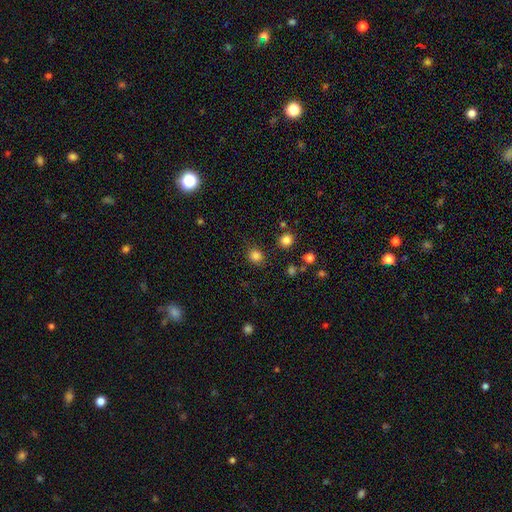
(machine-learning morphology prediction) This appears to be a smooth galaxy with no disk features (83%) that is round (80%). Merging: none (86%).